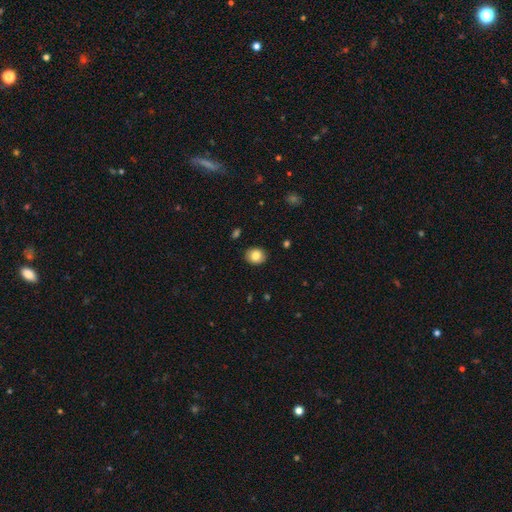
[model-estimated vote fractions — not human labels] The model was most divided on "how rounded": round: 68%, in between: 32%, cigar-shaped: 1%. More confident: merging — none (89%); smooth or featured — smooth (83%).